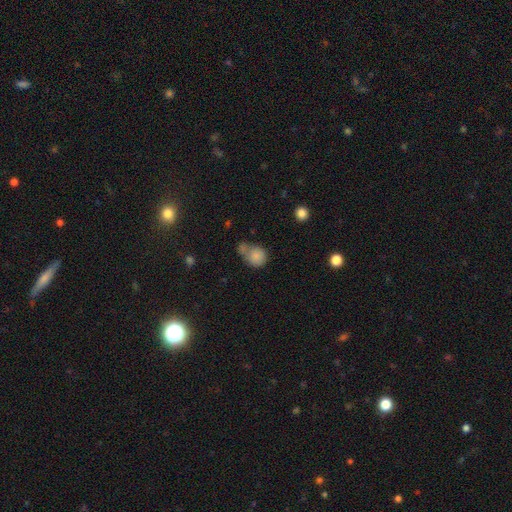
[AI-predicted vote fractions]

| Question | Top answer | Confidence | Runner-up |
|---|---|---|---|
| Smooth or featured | smooth | 83% | star or artifact (9%) |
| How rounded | round | 73% | in between (25%) |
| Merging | merger | 40% | none (36%) |